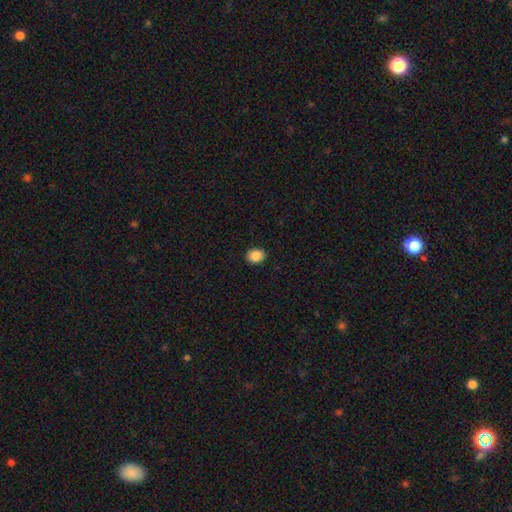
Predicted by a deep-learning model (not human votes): smooth 88%, star or artifact 9%, featured or disk 4%. Down the decision tree: how rounded — round (50%); merging — none (91%).